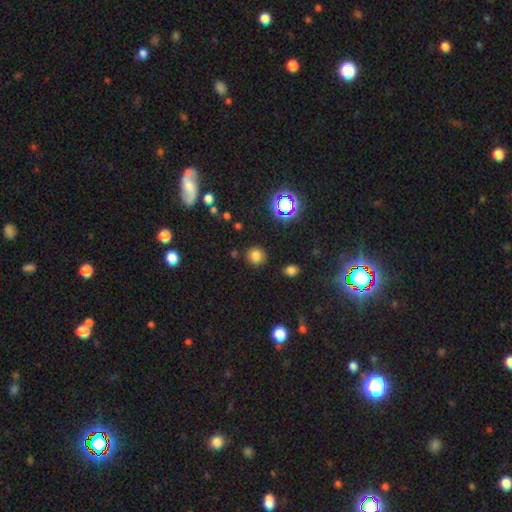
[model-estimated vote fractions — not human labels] Smooth or featured?
  - smooth: 75% *
  - star or artifact: 19%
  - featured or disk: 6%
How rounded?
  - round: 91% *
  - in between: 8%
  - cigar-shaped: 1%
Merging?
  - none: 88% *
  - minor disturbance: 7%
  - major disturbance: 3%
  - merger: 2%